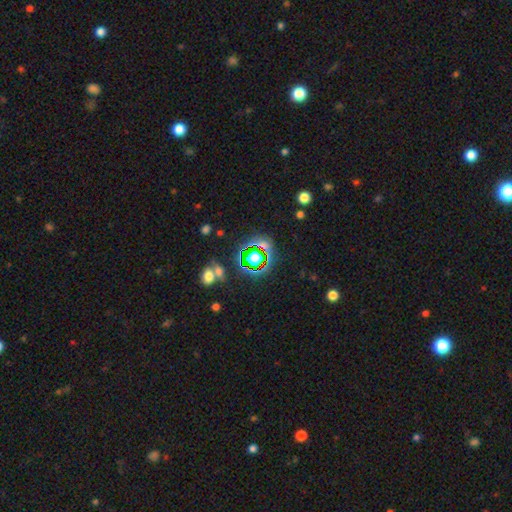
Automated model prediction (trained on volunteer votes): star or artifact 62%, smooth 26%, featured or disk 12%.